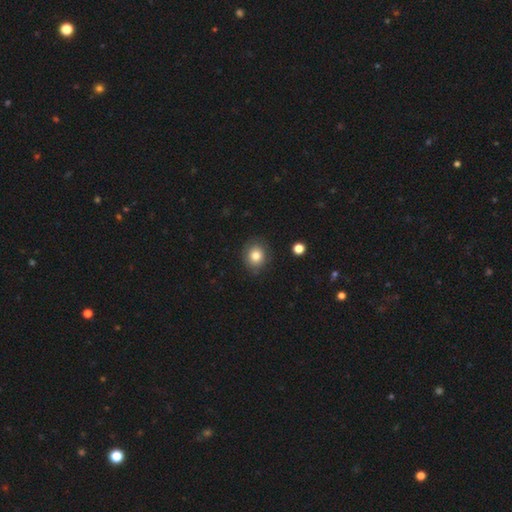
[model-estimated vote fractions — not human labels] This is clearly a smooth galaxy (81%). How rounded: likely round (75%). Merging: clearly none (86%).